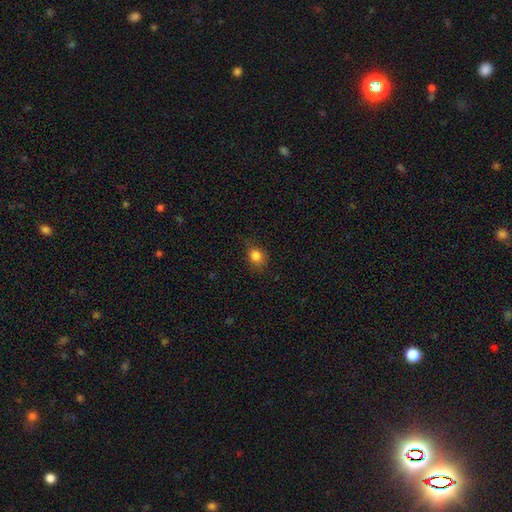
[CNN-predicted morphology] This is clearly a smooth galaxy (83%). How rounded: likely round (67%). Merging: likely none (73%).